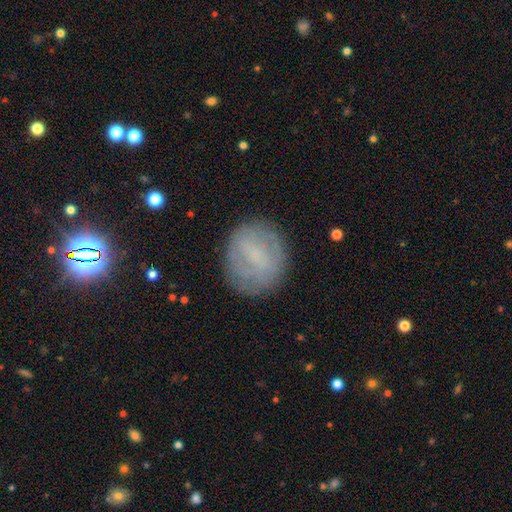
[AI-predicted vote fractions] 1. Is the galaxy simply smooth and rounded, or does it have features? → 52% smooth, 37% featured or disk, 11% star or artifact.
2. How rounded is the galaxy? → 70% round, 29% in between, 1% cigar-shaped.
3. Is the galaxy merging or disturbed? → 80% none, 13% minor disturbance, 5% major disturbance, 1% merger.